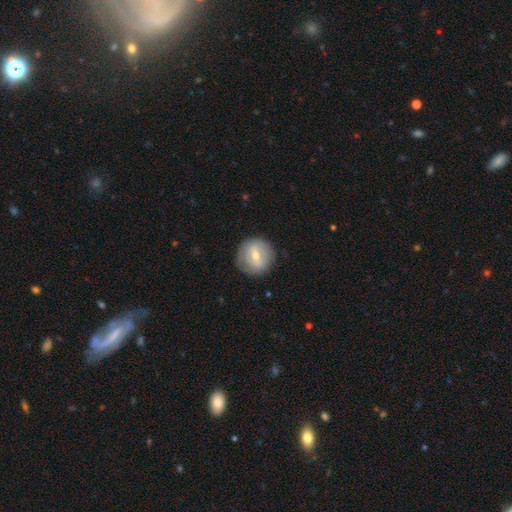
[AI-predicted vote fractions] Q: Smooth or featured?
A: smooth (51%); runner-up: featured or disk (43%)
Q: How rounded?
A: round (92%); runner-up: in between (7%)
Q: Merging?
A: none (83%); runner-up: minor disturbance (12%)